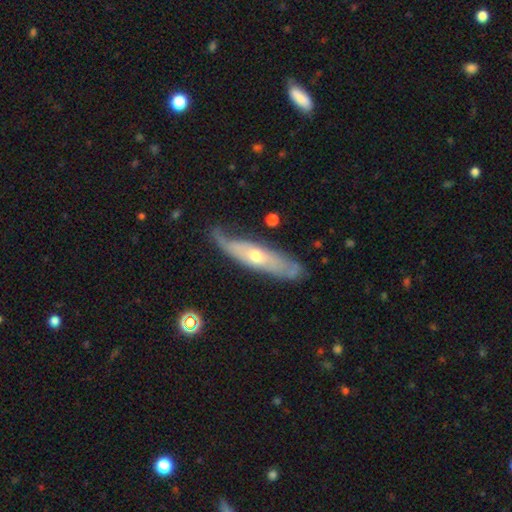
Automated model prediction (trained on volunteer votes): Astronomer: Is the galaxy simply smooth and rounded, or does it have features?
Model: featured or disk — 66%.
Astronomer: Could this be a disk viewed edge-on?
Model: yes — 51% (runner-up: no, 49%).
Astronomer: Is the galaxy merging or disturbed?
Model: none — 63%.